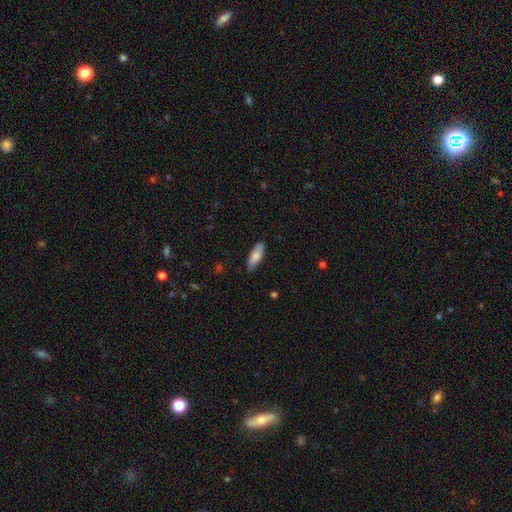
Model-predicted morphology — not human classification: The model was most divided on "how rounded": in between: 61%, cigar-shaped: 38%, round: 2%. More confident: merging — none (85%); smooth or featured — smooth (81%).